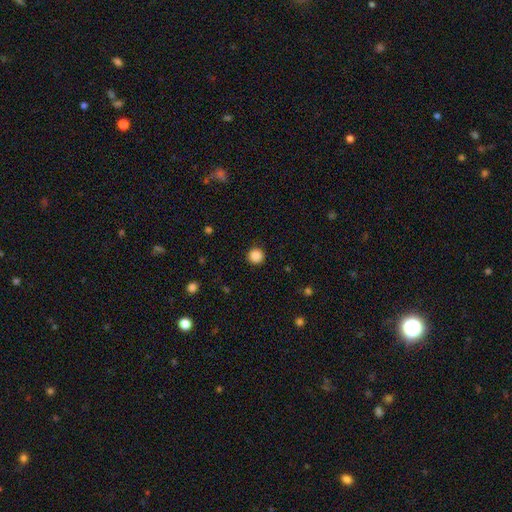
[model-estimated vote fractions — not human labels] smooth_or_featured: smooth (p=0.88) [alt: star or artifact p=0.10]
how_rounded: round (p=0.95) [alt: in between p=0.04]
merging: none (p=0.92) [alt: minor disturbance p=0.05]